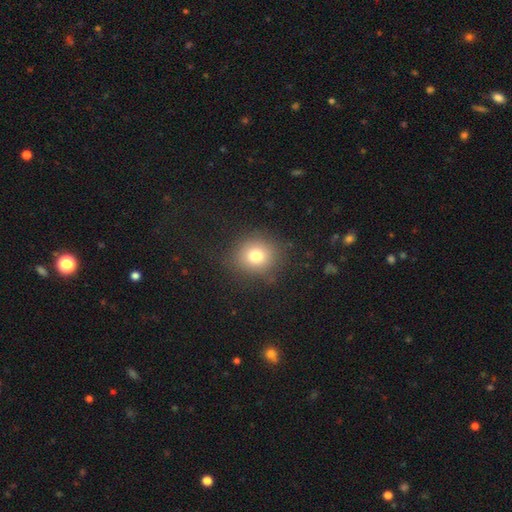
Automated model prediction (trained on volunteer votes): Overall: smooth (77%). How rounded: round (81%). Merging: none (83%).